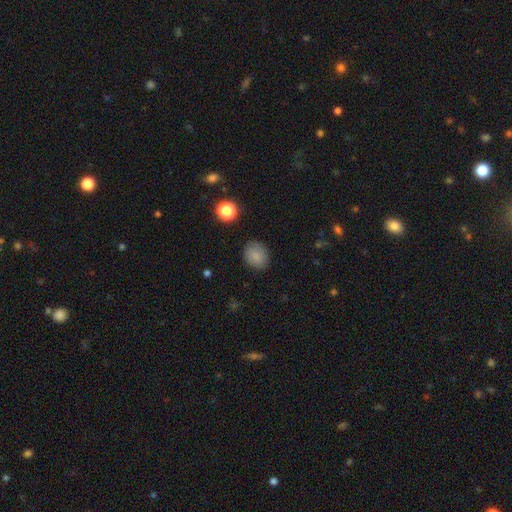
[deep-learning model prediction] A smooth galaxy with no disk features (84%) that is round (53%). Merging: none (84%).